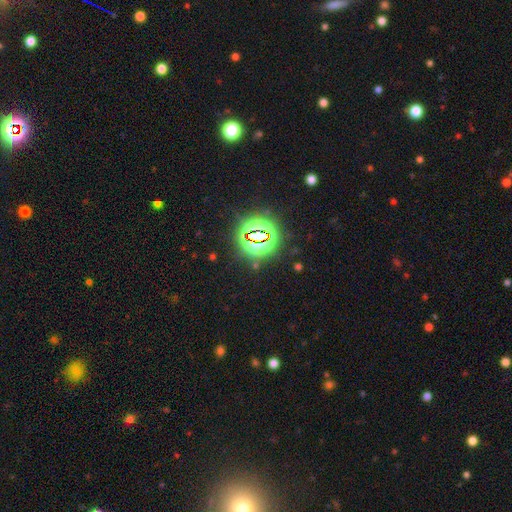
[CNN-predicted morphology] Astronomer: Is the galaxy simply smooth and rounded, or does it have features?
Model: star or artifact — 82%.